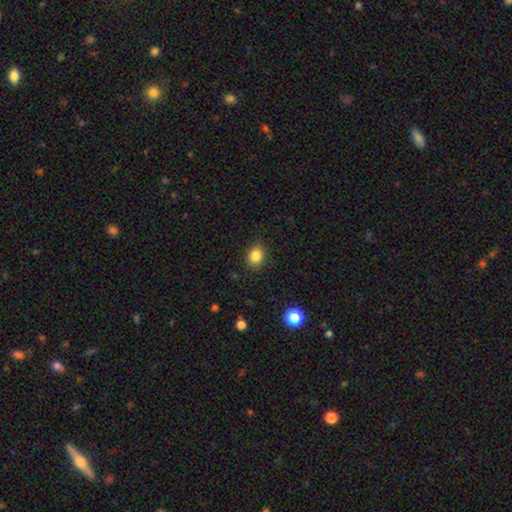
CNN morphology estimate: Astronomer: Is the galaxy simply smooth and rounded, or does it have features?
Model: smooth — 84%.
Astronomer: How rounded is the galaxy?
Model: round — 63%.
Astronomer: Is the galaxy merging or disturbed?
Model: none — 86%.